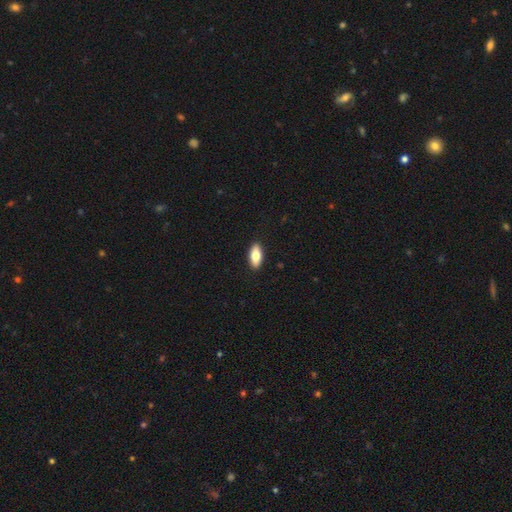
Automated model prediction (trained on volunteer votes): Smooth or featured?
  - smooth: 76% *
  - featured or disk: 18%
  - star or artifact: 6%
How rounded?
  - in between: 86% *
  - cigar-shaped: 11%
  - round: 3%
Merging?
  - none: 91% *
  - minor disturbance: 6%
  - major disturbance: 1%
  - merger: 1%